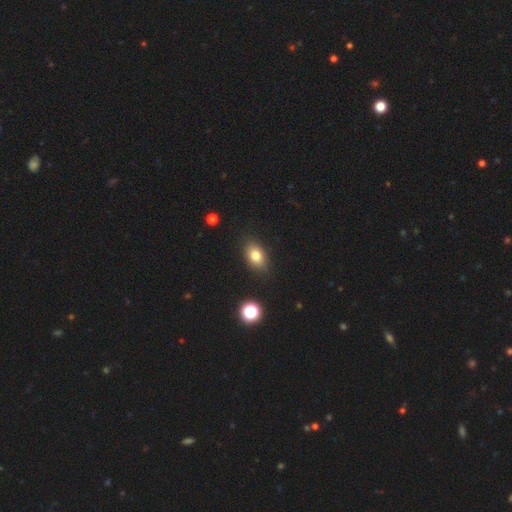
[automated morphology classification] Smooth or featured: smooth — 79% (star or artifact — 11%)
How rounded: in between — 82% (round — 16%)
Merging: none — 86% (minor disturbance — 10%)